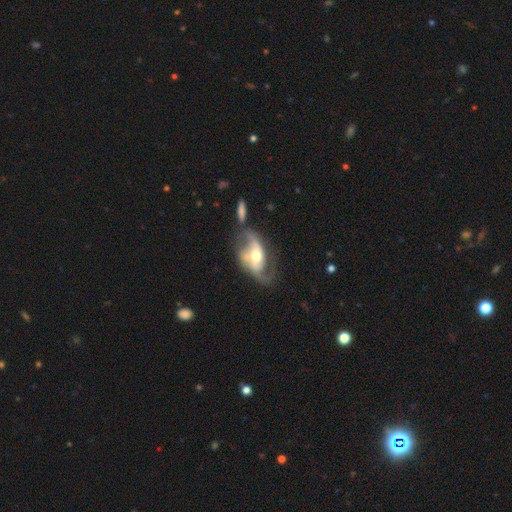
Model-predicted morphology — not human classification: smooth_or_featured: featured or disk (p=0.78) [alt: smooth p=0.17]
disk_edge_on: no (p=0.94) [alt: yes p=0.06]
bar: no (p=0.46) [alt: weak p=0.34]
has_spiral_arms: yes (p=0.87) [alt: no p=0.13]
spiral_winding: loose (p=0.52) [alt: medium p=0.36]
spiral_arm_count: 2 (p=0.78) [alt: 1 p=0.09]
bulge_size: moderate (p=0.68) [alt: small p=0.16]
merging: none (p=0.41) [alt: major disturbance p=0.23]